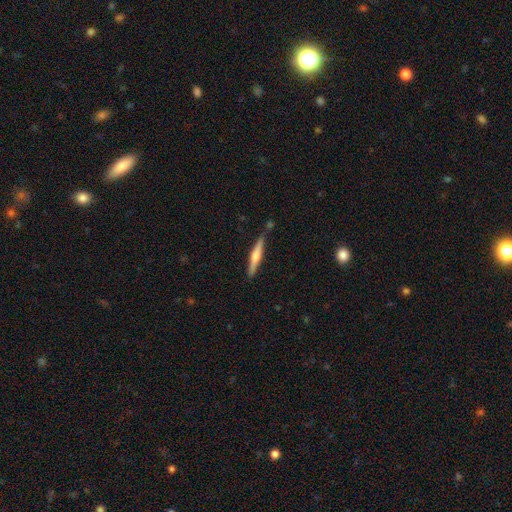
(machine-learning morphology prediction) Smooth or featured? featured or disk (53%)
Edge-on disk? yes (97%)
Edge-on bulge? rounded (76%)
Merging? none (83%)